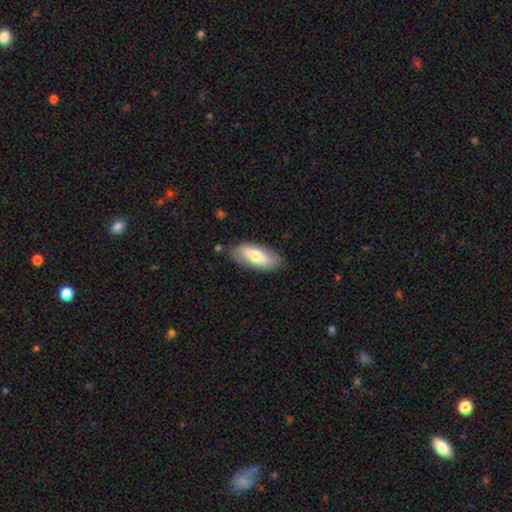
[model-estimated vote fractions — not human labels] This is likely a smooth galaxy (62%). How rounded: clearly in between (82%). Merging: clearly none (81%).